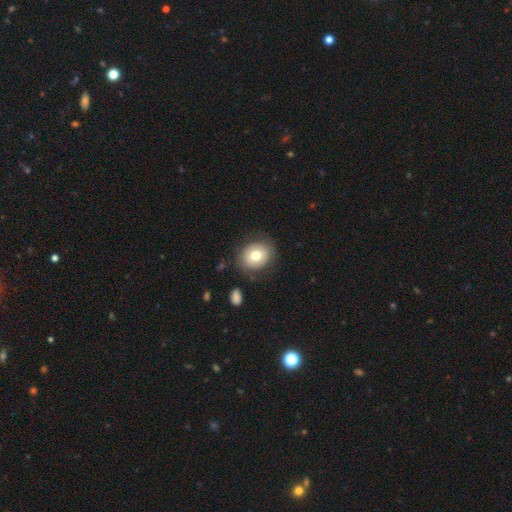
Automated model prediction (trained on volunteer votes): Overall: smooth (74%). How rounded: round (63%; in between 37%). Merging: none (80%).